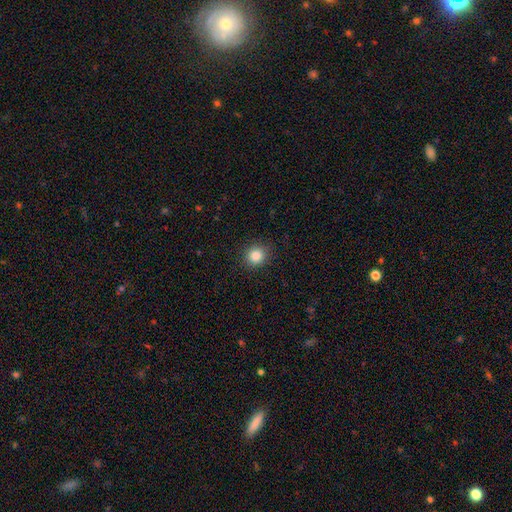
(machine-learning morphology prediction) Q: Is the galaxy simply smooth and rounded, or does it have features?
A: smooth — 85%.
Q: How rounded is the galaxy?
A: round — 88%.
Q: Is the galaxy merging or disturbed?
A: none — 90%.